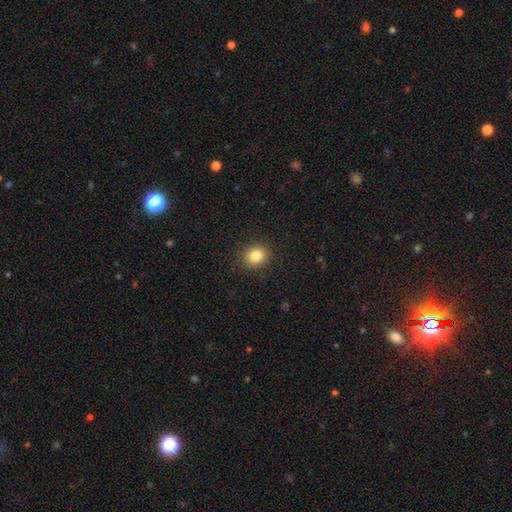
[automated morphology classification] Q: Smooth or featured?
A: smooth (84%); runner-up: star or artifact (11%)
Q: How rounded?
A: round (78%); runner-up: in between (22%)
Q: Merging?
A: none (90%); runner-up: minor disturbance (7%)